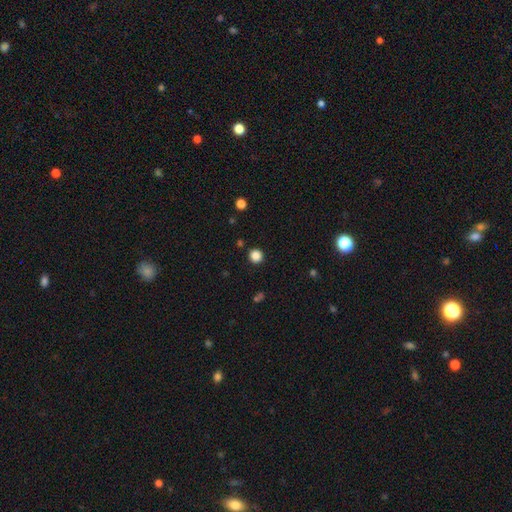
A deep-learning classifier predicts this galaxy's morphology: Smooth or featured? smooth (86%)
How rounded? round (94%)
Merging? none (91%)